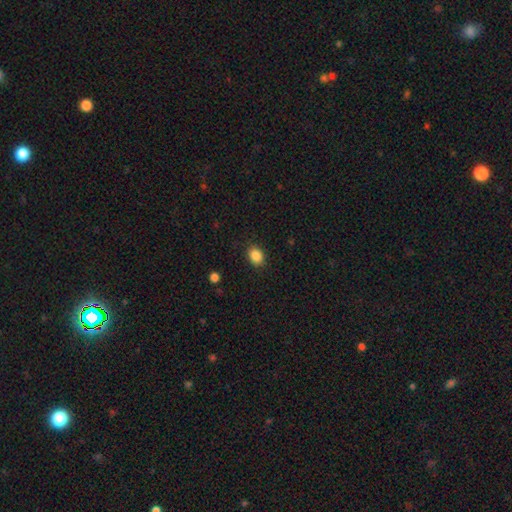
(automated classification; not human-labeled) Smooth or featured? smooth (86%)
How rounded? in between (61%)
Merging? none (88%)